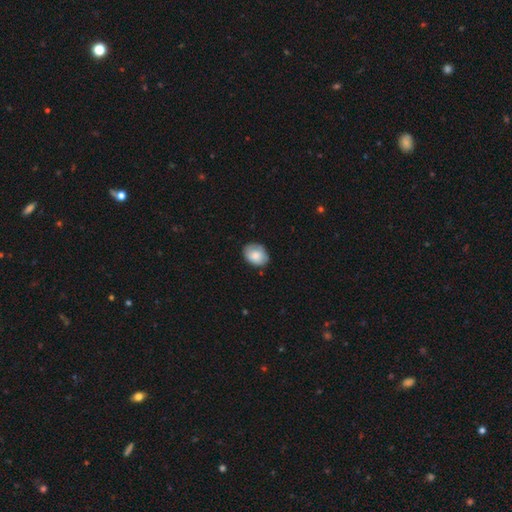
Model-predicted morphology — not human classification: This is likely a smooth galaxy (78%). How rounded: likely in between (65%). Merging: likely none (72%).